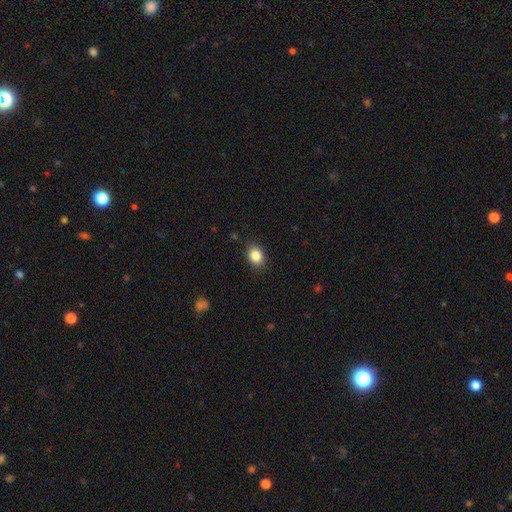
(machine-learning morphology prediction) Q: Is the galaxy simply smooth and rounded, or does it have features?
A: smooth — 85%.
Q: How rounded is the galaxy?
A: in between — 51%.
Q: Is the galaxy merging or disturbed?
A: none — 88%.